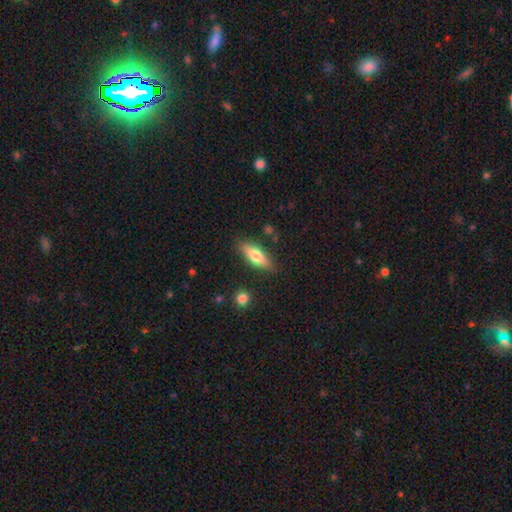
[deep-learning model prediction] Morphology: type=smooth (68%); roundness=in between (62%); merging=none (82%).